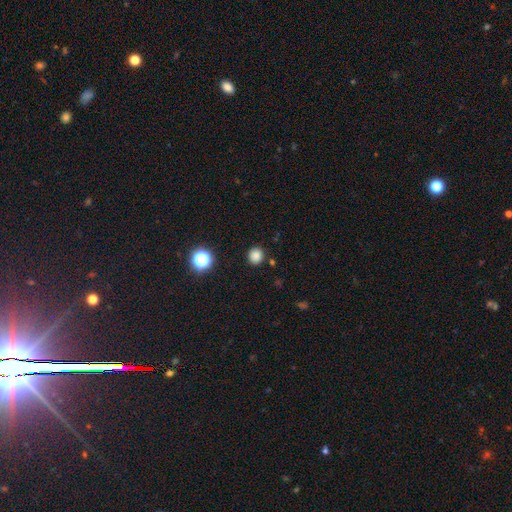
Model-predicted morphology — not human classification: type=smooth (83%); roundness=round (91%); merging=none (89%).